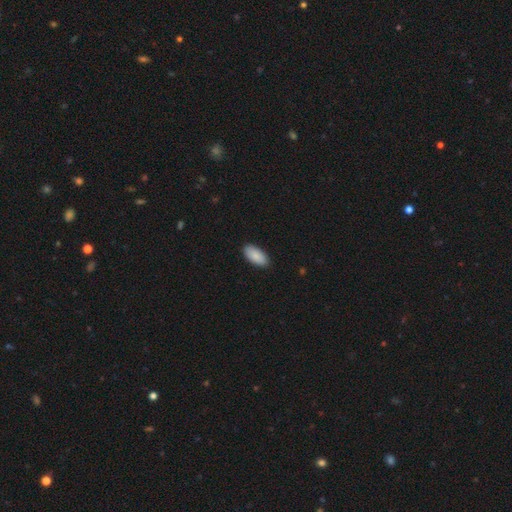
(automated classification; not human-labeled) smooth_or_featured: smooth (p=0.89) [alt: star or artifact p=0.06]
how_rounded: in between (p=0.94) [alt: cigar-shaped p=0.05]
merging: none (p=0.89) [alt: minor disturbance p=0.08]